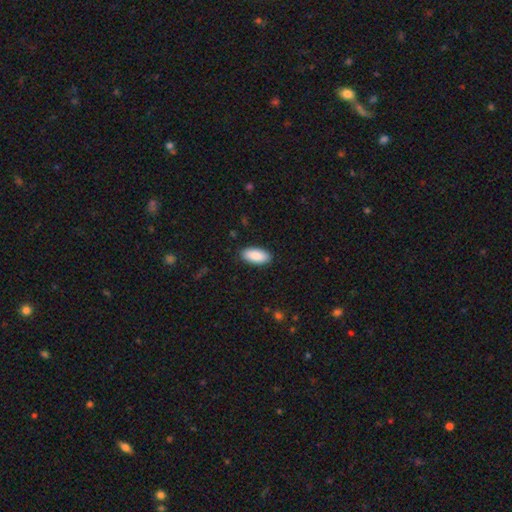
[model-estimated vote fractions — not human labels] smooth_or_featured: smooth (p=0.90) [alt: star or artifact p=0.06]
how_rounded: in between (p=0.92) [alt: cigar-shaped p=0.07]
merging: none (p=0.89) [alt: minor disturbance p=0.08]